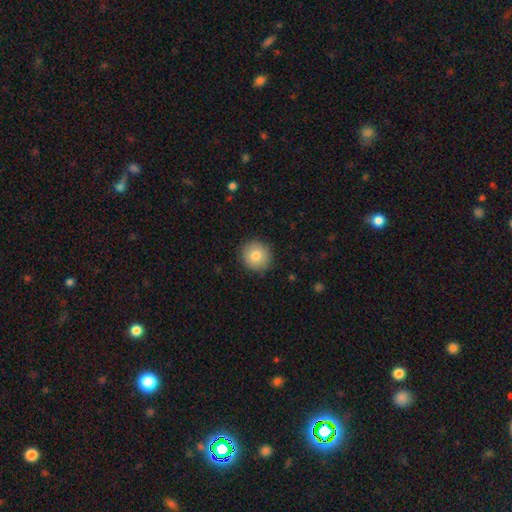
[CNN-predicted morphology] Smooth or featured: smooth — 82% (featured or disk — 10%)
How rounded: round — 93% (in between — 6%)
Merging: none — 90% (minor disturbance — 7%)